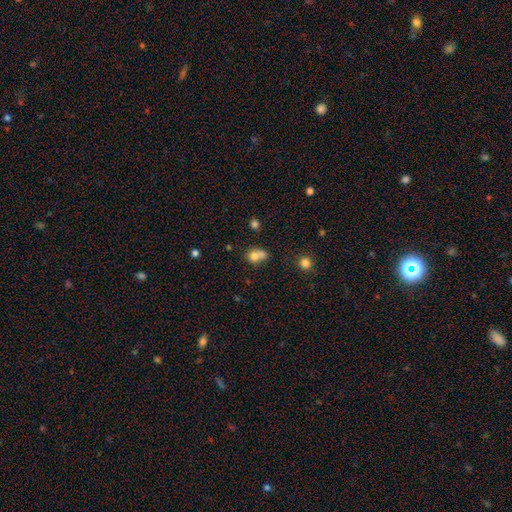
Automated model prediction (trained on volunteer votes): This appears to be a smooth galaxy with no disk features (75%) that is round (60%). Merging: merger (50%).